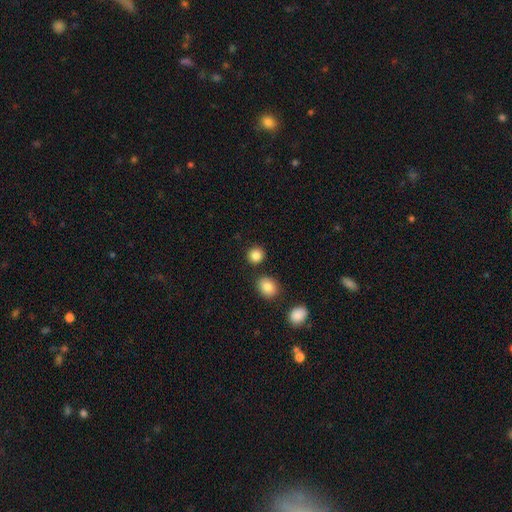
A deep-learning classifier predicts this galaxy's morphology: Overall: smooth (85%). How rounded: round (88%). Merging: none (86%).